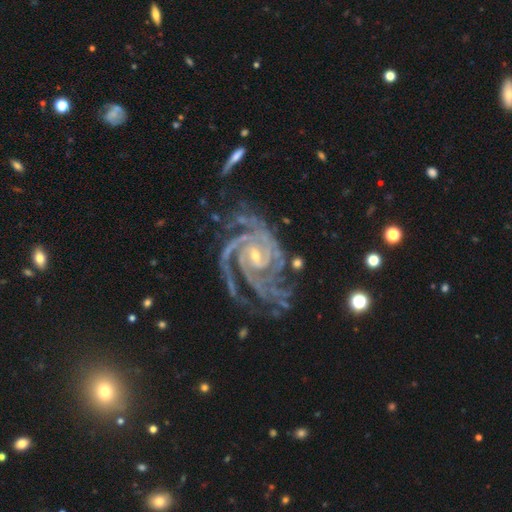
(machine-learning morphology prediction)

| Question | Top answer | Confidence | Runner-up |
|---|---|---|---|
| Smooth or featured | featured or disk | 94% | star or artifact (4%) |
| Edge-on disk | no | 98% | yes (2%) |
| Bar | weak | 40% | no (38%) |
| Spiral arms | yes | 99% | no (1%) |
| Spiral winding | tight | 72% | medium (25%) |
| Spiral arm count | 3 | 28% | 4 (26%) |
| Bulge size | small | 67% | moderate (30%) |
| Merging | none | 57% | minor disturbance (24%) |